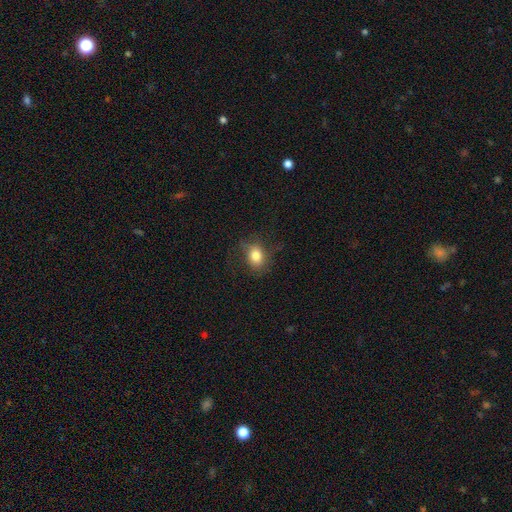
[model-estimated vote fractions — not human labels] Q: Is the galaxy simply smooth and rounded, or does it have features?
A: smooth — 80%.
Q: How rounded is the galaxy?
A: in between — 55%.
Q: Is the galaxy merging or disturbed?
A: none — 70%.